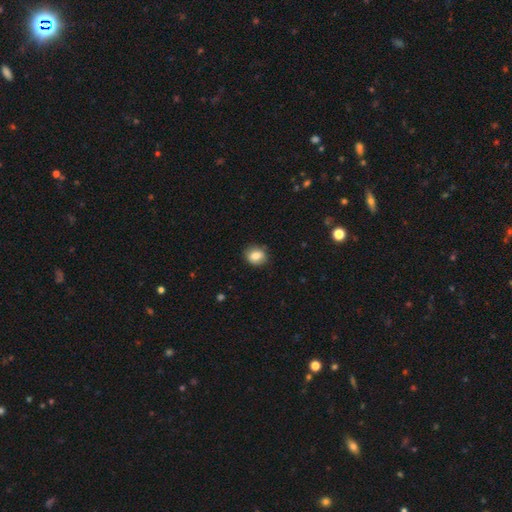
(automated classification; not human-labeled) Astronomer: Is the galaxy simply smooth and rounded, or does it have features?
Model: smooth — 82%.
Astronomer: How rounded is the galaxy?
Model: round — 62% (runner-up: in between, 37%).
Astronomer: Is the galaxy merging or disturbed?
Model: none — 85%.